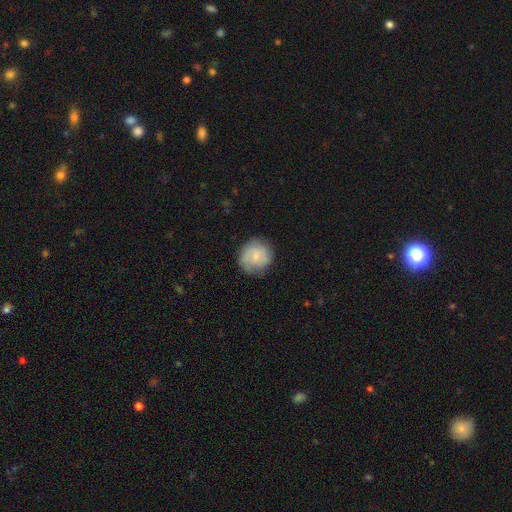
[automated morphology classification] This is possibly a smooth galaxy (47%). Merging: likely none (73%).